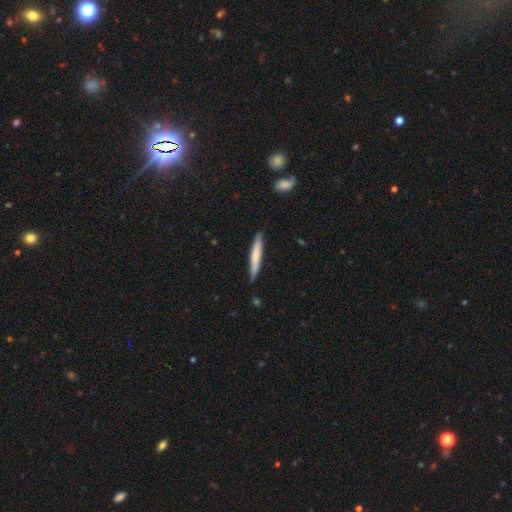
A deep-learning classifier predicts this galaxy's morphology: smooth 67%, featured or disk 27%, star or artifact 5%. Down the decision tree: how rounded — cigar-shaped (94%); merging — none (84%).